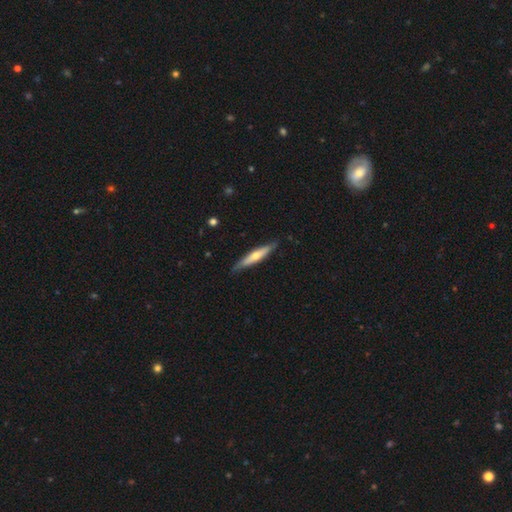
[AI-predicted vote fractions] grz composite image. It shows a featured or disk galaxy (50%). Merging: none (84%).